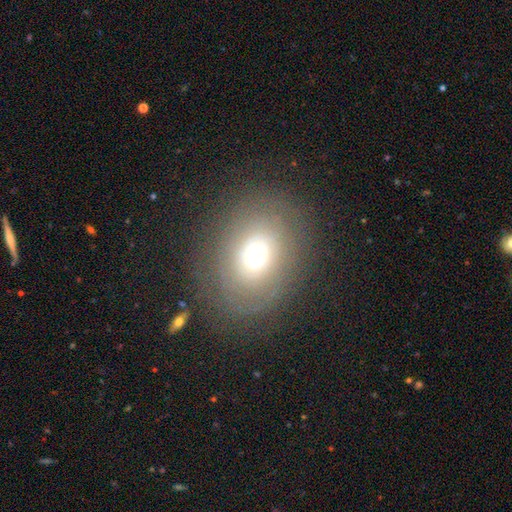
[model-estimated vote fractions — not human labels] smooth-or-featured: smooth: 47% | featured or disk: 41% | star or artifact: 12%
  merging: none: 78% | minor disturbance: 13% | major disturbance: 8% | merger: 2%